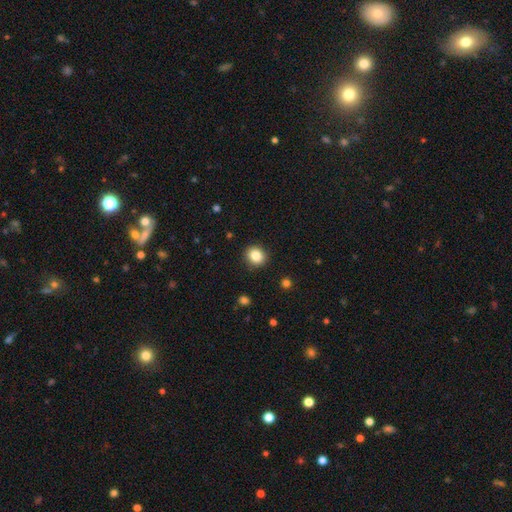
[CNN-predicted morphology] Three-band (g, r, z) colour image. It shows a smooth galaxy with no disk features (84%) that is round (82%). Merging: none (90%).